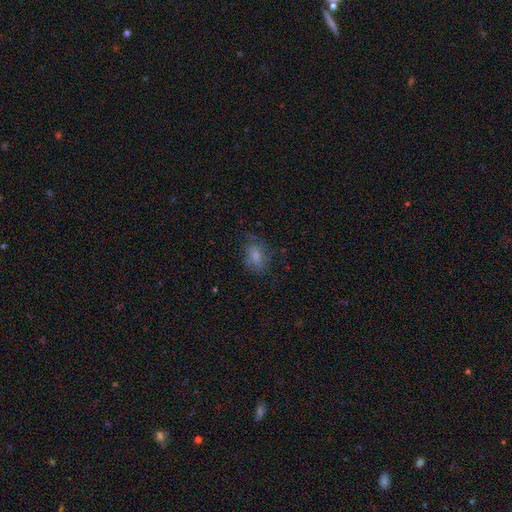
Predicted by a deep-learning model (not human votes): Smooth or featured? smooth (64%)
How rounded? in between (73%)
Merging? none (54%)